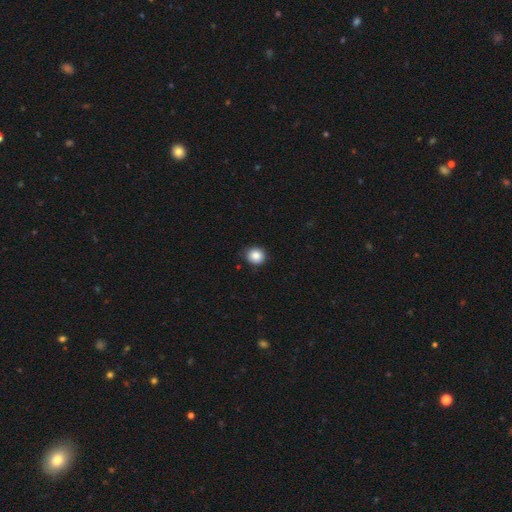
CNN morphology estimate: smooth-or-featured: smooth: 87% | star or artifact: 9% | featured or disk: 4%
  how-rounded: round: 85% | in between: 14% | cigar-shaped: 1%
  merging: none: 86% | minor disturbance: 11% | major disturbance: 2% | merger: 1%